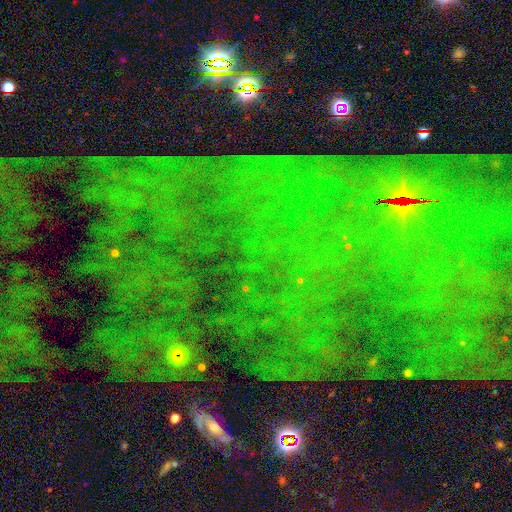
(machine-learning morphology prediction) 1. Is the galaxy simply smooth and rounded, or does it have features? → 79% star or artifact, 11% featured or disk, 9% smooth.